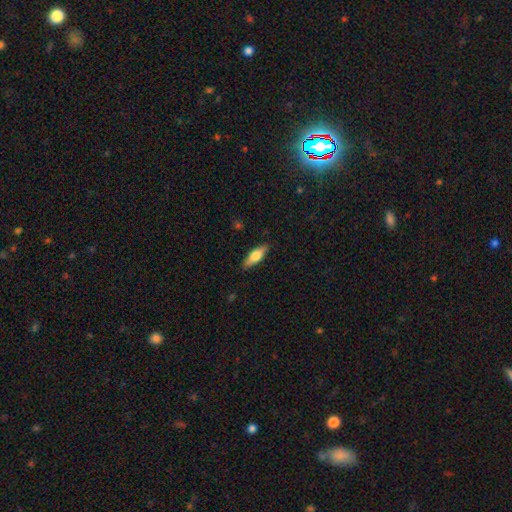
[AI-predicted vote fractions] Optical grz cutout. It shows a smooth galaxy with no disk features (66%) that is in between round and cigar-shaped (57%). Merging: none (87%).